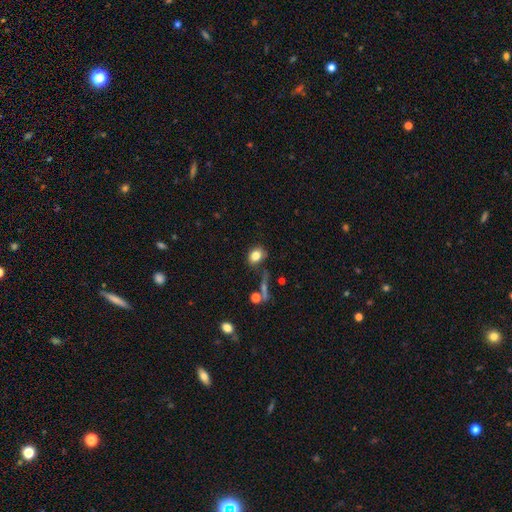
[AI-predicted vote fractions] Smooth or featured?
  - smooth: 81% *
  - star or artifact: 10%
  - featured or disk: 9%
How rounded?
  - in between: 62% *
  - round: 36%
  - cigar-shaped: 2%
Merging?
  - none: 69% *
  - minor disturbance: 18%
  - merger: 7%
  - major disturbance: 6%